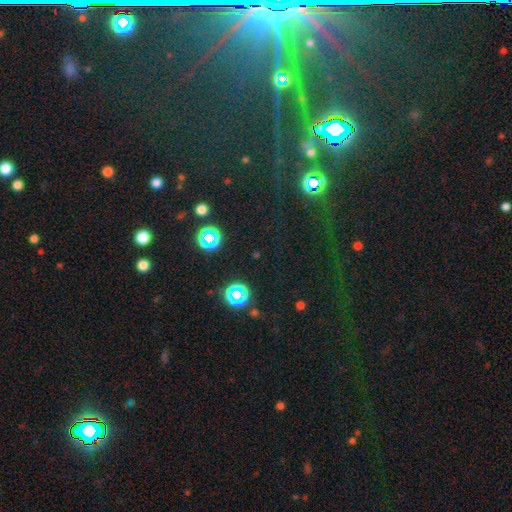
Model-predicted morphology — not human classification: smooth-or-featured: star or artifact: 64% | smooth: 26% | featured or disk: 10%